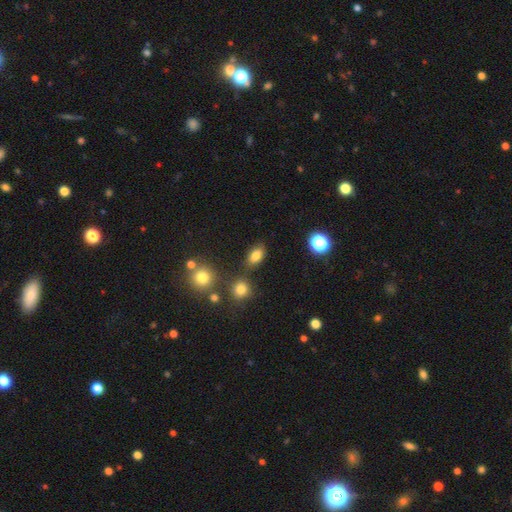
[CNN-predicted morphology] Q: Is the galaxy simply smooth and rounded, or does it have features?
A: smooth — 81%.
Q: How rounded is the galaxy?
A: in between — 84%.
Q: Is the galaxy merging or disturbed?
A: none — 77%.